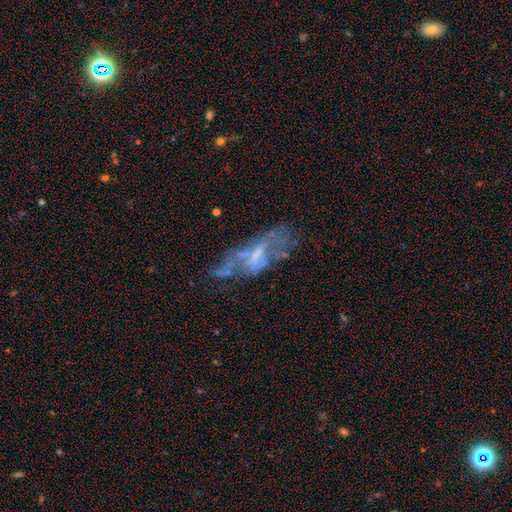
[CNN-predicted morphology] This appears to be a featured or disk galaxy (64%) with no bar (49%), no spiral arms (72%) and no central bulge (39%). Merging: none (37%).